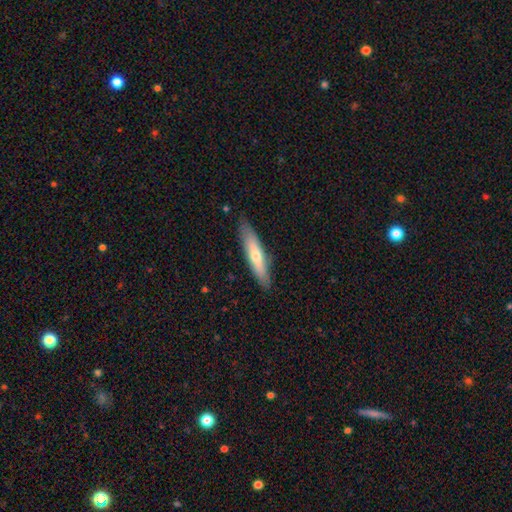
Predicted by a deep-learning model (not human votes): This is possibly a smooth galaxy (56%). How rounded: clearly cigar-shaped (82%). Merging: clearly none (86%).